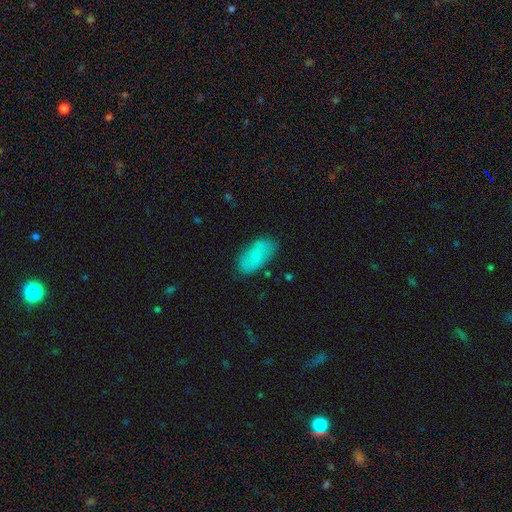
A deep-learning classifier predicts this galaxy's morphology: A smooth galaxy with no disk features (73%) that is in between round and cigar-shaped (92%). Merging: none (80%).